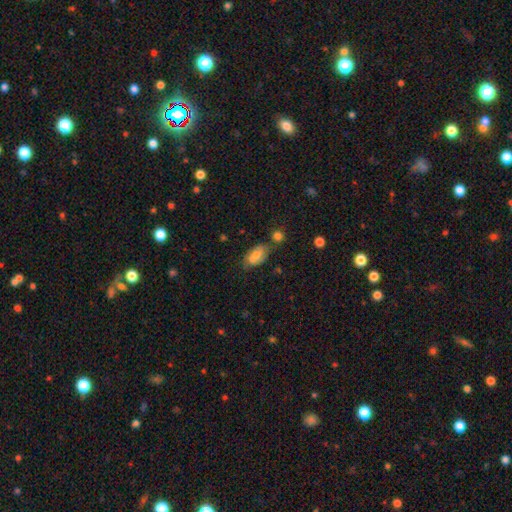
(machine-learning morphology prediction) Smooth or featured? Predicted: smooth (p=0.69). How rounded? Predicted: in between (p=0.90). Merging? Predicted: none (p=0.61).